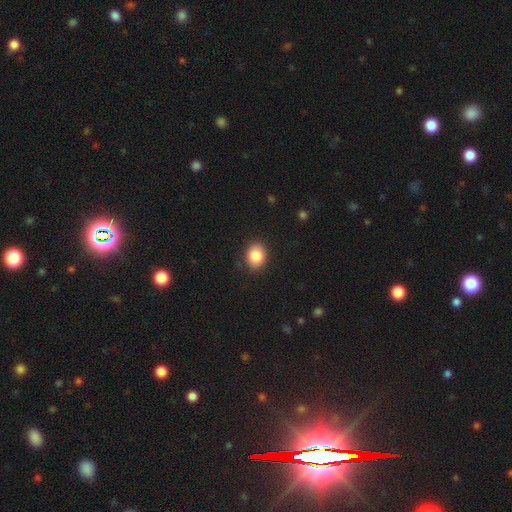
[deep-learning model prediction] smooth 87%, star or artifact 8%, featured or disk 5%. Down the decision tree: how rounded — in between (54%); merging — none (88%).